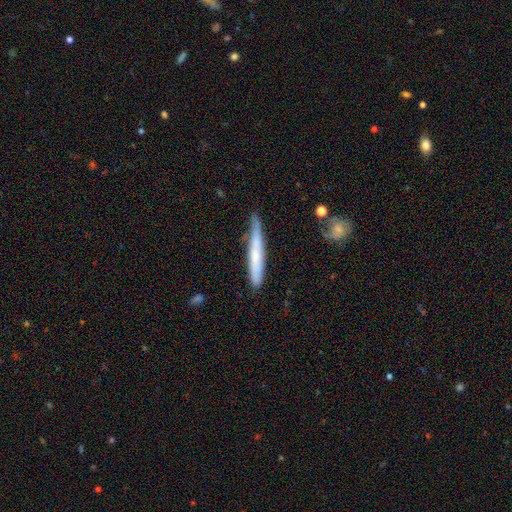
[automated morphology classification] This is possibly a smooth galaxy (57%). How rounded: clearly cigar-shaped (94%). Merging: likely none (65%).